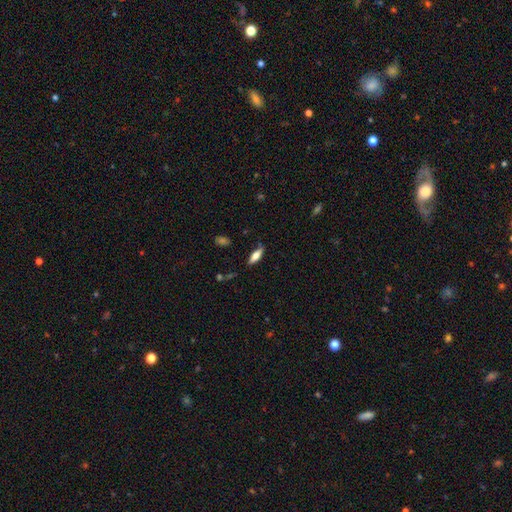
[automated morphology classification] A smooth galaxy with no disk features (67%) that is in between round and cigar-shaped (56%). Merging: none (83%).